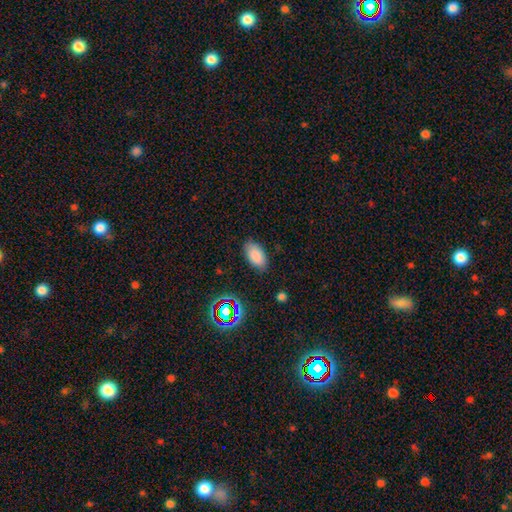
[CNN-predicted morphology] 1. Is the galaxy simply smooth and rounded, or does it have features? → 83% smooth, 10% star or artifact, 7% featured or disk.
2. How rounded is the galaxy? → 94% in between, 4% round, 2% cigar-shaped.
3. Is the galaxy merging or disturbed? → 81% none, 15% minor disturbance, 3% major disturbance, 1% merger.